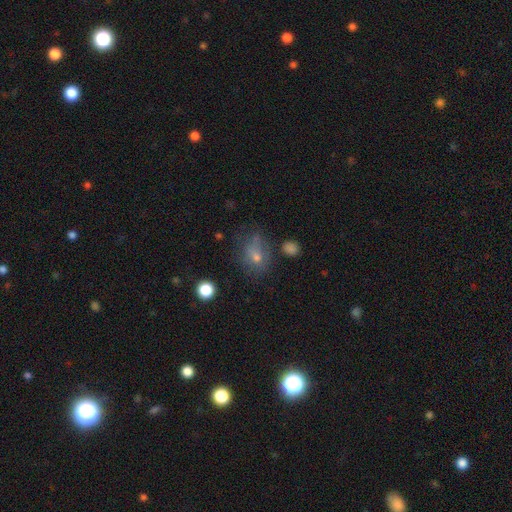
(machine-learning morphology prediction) Overall: smooth (52%; featured or disk 26%). How rounded: round (52%; in between 47%). Merging: none (53%; minor disturbance 24%).